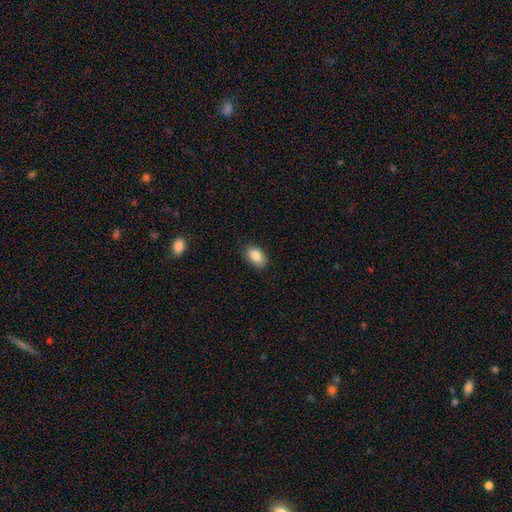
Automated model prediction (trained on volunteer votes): A smooth galaxy with no disk features (87%) that is in between round and cigar-shaped (91%).

Vote fractions:
- Smooth or featured? smooth: 87% / star or artifact: 7% / featured or disk: 6%
- How rounded? in between: 91% / round: 8% / cigar-shaped: 1%
- Merging? none: 86% / minor disturbance: 11% / major disturbance: 2% / merger: 1%